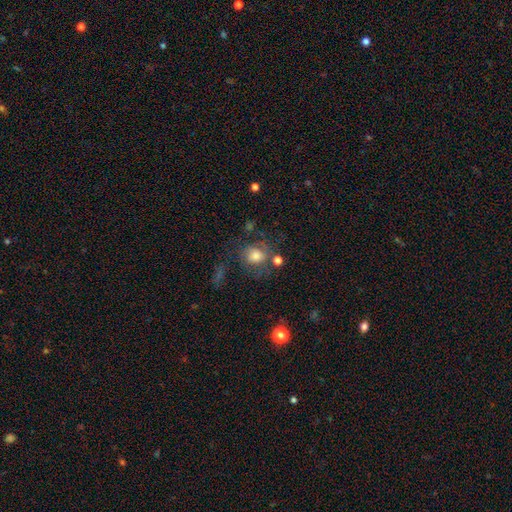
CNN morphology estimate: This is possibly a smooth galaxy (59%). How rounded: likely round (70%). Merging: possibly none (51%).